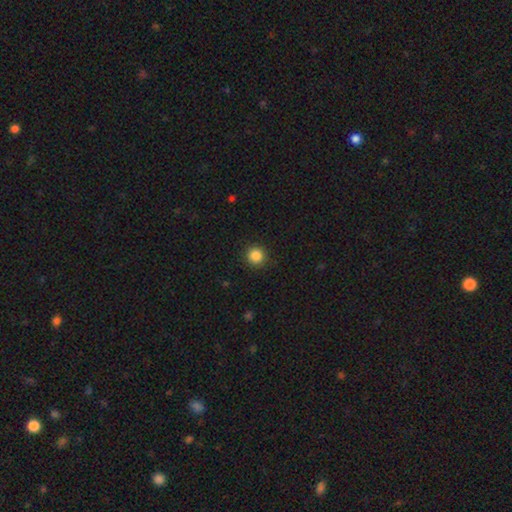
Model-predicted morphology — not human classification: Q: Smooth or featured?
A: smooth (86%); runner-up: star or artifact (11%)
Q: How rounded?
A: round (94%); runner-up: in between (5%)
Q: Merging?
A: none (92%); runner-up: minor disturbance (6%)